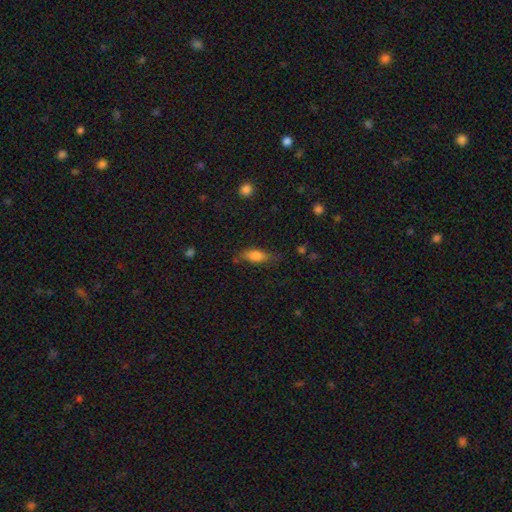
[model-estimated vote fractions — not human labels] Smooth or featured?
  - smooth: 73% *
  - featured or disk: 19%
  - star or artifact: 8%
How rounded?
  - in between: 69% *
  - cigar-shaped: 27%
  - round: 3%
Merging?
  - none: 67% *
  - minor disturbance: 24%
  - major disturbance: 7%
  - merger: 2%